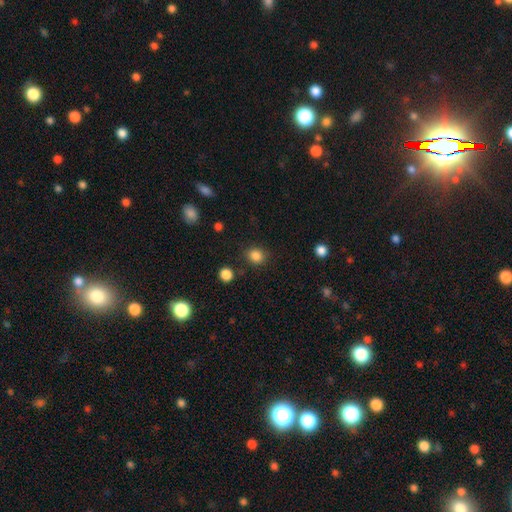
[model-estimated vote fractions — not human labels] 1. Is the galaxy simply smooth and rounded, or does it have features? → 85% smooth, 11% star or artifact, 4% featured or disk.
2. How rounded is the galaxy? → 76% round, 23% in between, 1% cigar-shaped.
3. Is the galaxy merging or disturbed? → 84% none, 9% minor disturbance, 3% major disturbance, 3% merger.